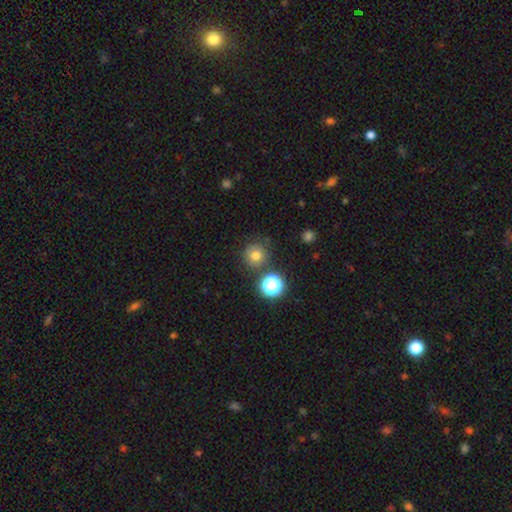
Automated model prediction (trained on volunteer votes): smooth 72%, star or artifact 17%, featured or disk 11%. Down the decision tree: how rounded — round (93%); merging — none (80%).